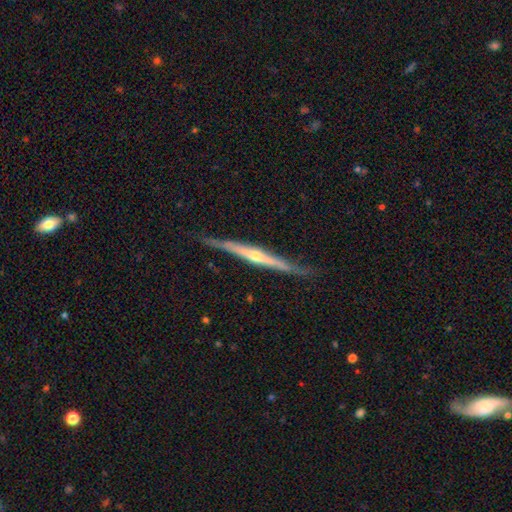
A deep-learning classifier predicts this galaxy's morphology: Smooth or featured? Predicted: featured or disk (p=0.81). Edge-on disk? Predicted: yes (p=0.97). Edge-on bulge? Predicted: rounded (p=0.80). Merging? Predicted: none (p=0.84).